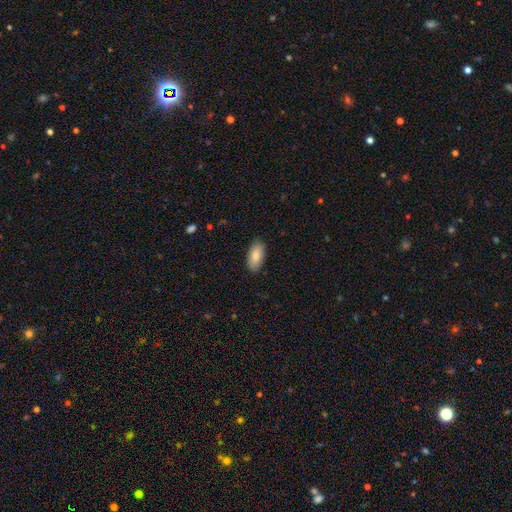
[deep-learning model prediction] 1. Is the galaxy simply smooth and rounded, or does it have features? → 85% smooth, 9% featured or disk, 6% star or artifact.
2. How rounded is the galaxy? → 91% in between, 7% cigar-shaped, 2% round.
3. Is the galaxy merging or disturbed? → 87% none, 10% minor disturbance, 2% major disturbance, 1% merger.